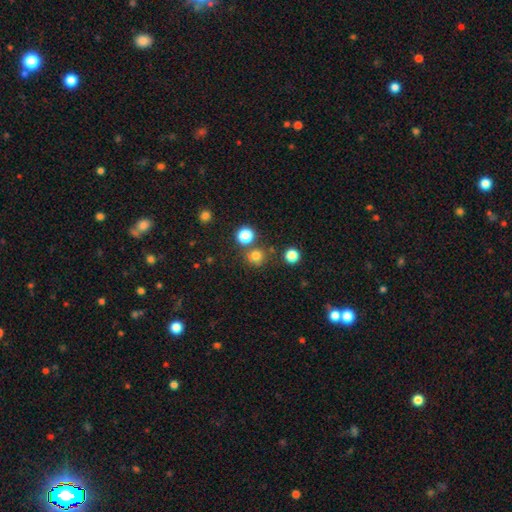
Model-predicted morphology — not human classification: smooth_or_featured: smooth (p=0.75) [alt: star or artifact p=0.19]
how_rounded: round (p=0.91) [alt: in between p=0.08]
merging: none (p=0.71) [alt: merger p=0.16]